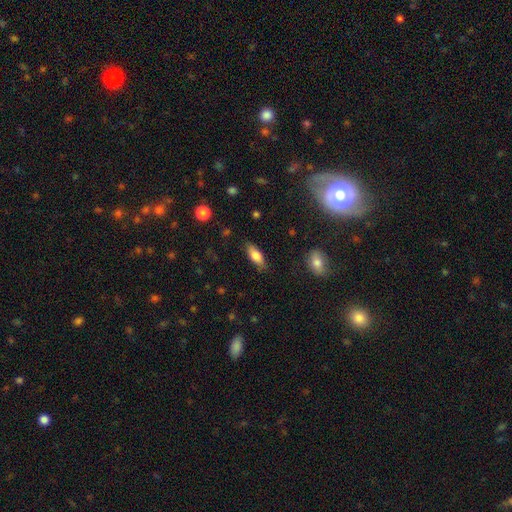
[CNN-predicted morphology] Overall: smooth (76%). How rounded: in between (73%). Merging: none (82%).